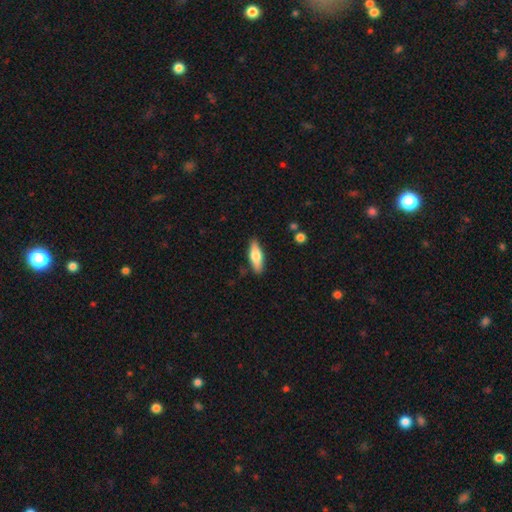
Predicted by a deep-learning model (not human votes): Smooth or featured? smooth (63%)
How rounded? in between (54%)
Merging? none (86%)